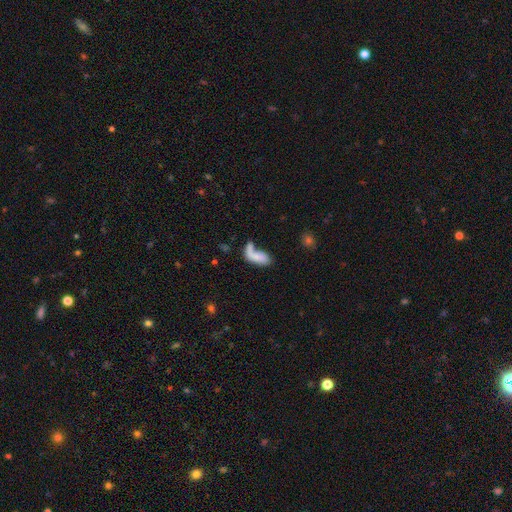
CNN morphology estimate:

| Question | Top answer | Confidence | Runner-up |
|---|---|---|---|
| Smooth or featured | smooth | 66% | featured or disk (25%) |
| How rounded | in between | 84% | cigar-shaped (12%) |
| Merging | none | 30% | major disturbance (28%) |